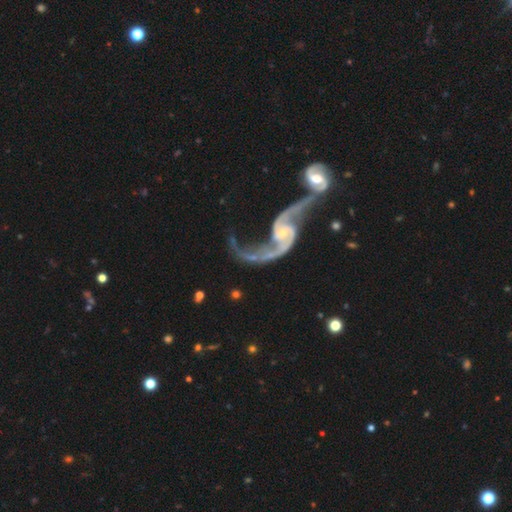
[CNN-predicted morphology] A featured or disk galaxy (91%) with no bar (56%), 2 (92%) loose (77%) spiral arms (96%) and a small central bulge (71%).

Vote fractions:
- Smooth or featured? featured or disk: 91% / star or artifact: 4% / smooth: 4%
- Edge-on disk? no: 97% / yes: 3%
- Bar? no: 56% / weak: 33% / strong: 11%
- Spiral arms? yes: 96% / no: 4%
- Spiral winding? loose: 77% / medium: 17% / tight: 5%
- Spiral arm count? 2: 92% / 1: 3% / can't tell: 2% / 3: 1% / 4: 1% / more than 4: 1%
- Bulge size? small: 71% / moderate: 18% / none: 8% / large: 2% / dominant: 1%
- Merging? merger: 46% / none: 25% / major disturbance: 17% / minor disturbance: 11%